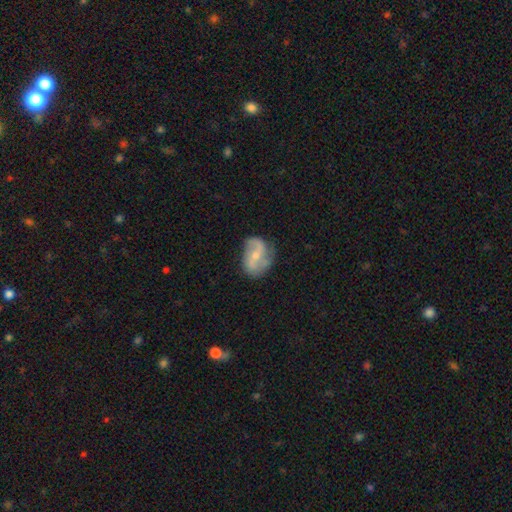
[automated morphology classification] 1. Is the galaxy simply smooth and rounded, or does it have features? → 75% featured or disk, 19% smooth, 6% star or artifact.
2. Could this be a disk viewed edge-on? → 97% no, 3% yes.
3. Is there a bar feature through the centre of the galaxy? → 43% weak, 41% no, 16% strong.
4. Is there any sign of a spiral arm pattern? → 92% yes, 8% no.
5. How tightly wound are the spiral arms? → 50% loose, 37% medium, 12% tight.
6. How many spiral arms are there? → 85% 2, 6% can't tell, 3% 1, 3% 3, 1% 4, 1% more than 4.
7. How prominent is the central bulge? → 54% small, 39% moderate, 4% none, 2% large, 1% dominant.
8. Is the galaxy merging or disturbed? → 65% none, 23% minor disturbance, 10% major disturbance, 2% merger.